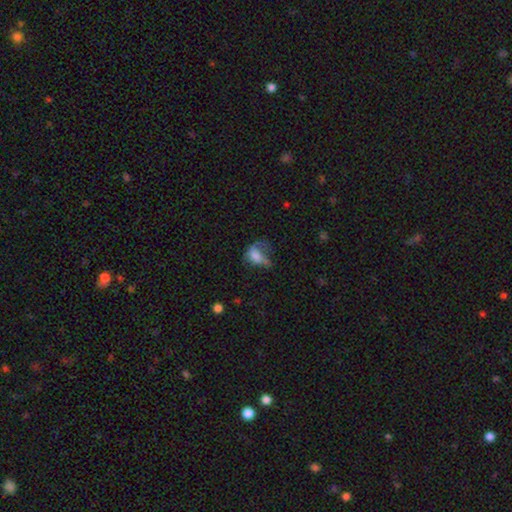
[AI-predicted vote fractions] Smooth or featured: smooth — 63% (featured or disk — 25%)
How rounded: in between — 75% (round — 20%)
Merging: major disturbance — 53% (minor disturbance — 22%)